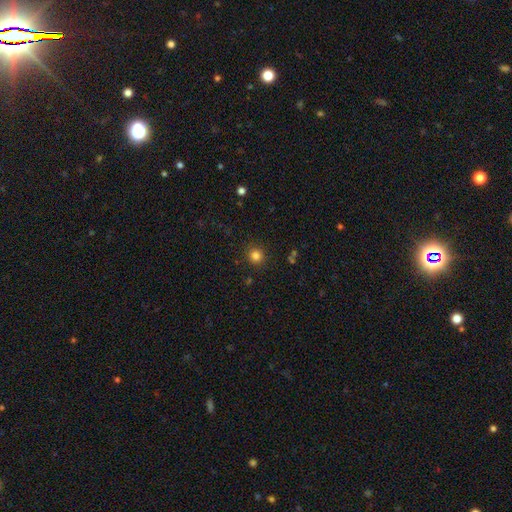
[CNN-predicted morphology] Smooth or featured: smooth — 82% (star or artifact — 13%)
How rounded: round — 93% (in between — 7%)
Merging: none — 90% (minor disturbance — 6%)